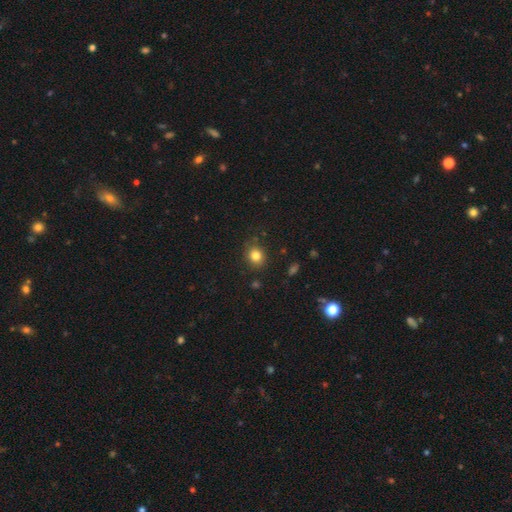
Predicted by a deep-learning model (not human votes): Q: Smooth or featured?
A: smooth (82%); runner-up: star or artifact (11%)
Q: How rounded?
A: round (70%); runner-up: in between (29%)
Q: Merging?
A: none (84%); runner-up: minor disturbance (11%)